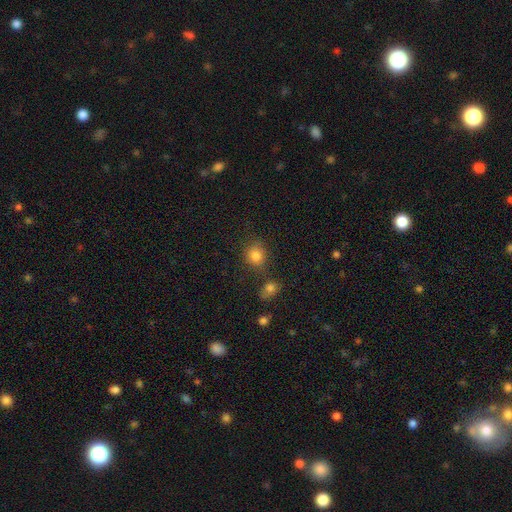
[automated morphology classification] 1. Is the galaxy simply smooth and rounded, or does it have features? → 82% smooth, 12% star or artifact, 7% featured or disk.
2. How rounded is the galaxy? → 77% round, 22% in between, 1% cigar-shaped.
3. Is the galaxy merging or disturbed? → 70% none, 13% merger, 12% minor disturbance, 4% major disturbance.